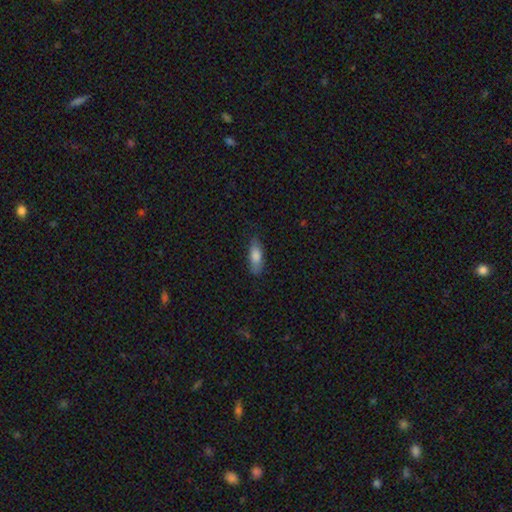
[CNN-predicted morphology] Smooth or featured: smooth — 81% (featured or disk — 13%)
How rounded: in between — 65% (cigar-shaped — 33%)
Merging: none — 81% (minor disturbance — 15%)